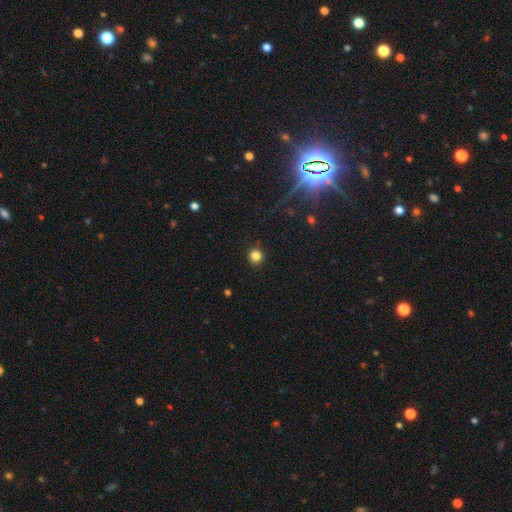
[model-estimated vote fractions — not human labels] smooth_or_featured: smooth (p=0.82) [alt: star or artifact p=0.13]
how_rounded: round (p=0.94) [alt: in between p=0.05]
merging: none (p=0.91) [alt: minor disturbance p=0.06]